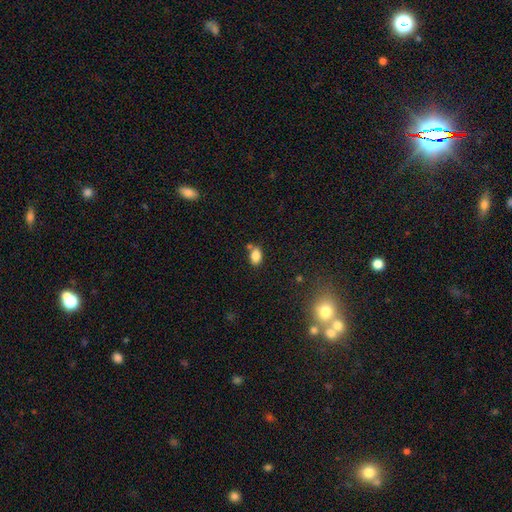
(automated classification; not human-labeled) A smooth galaxy with no disk features (84%) that is in between round and cigar-shaped (85%).

Vote fractions:
- Smooth or featured? smooth: 84% / star or artifact: 10% / featured or disk: 6%
- How rounded? in between: 85% / round: 14% / cigar-shaped: 2%
- Merging? none: 65% / merger: 16% / minor disturbance: 15% / major disturbance: 4%